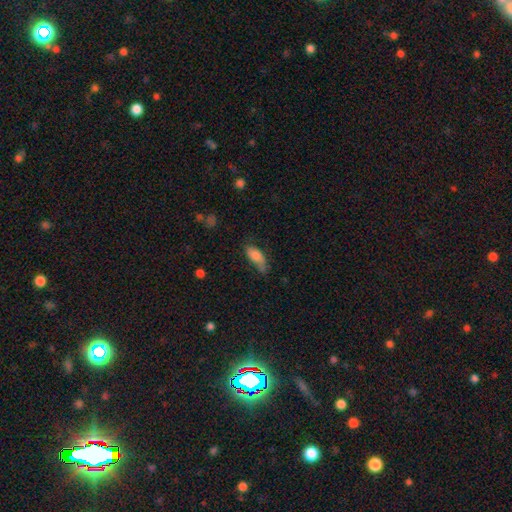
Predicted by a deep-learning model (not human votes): Q: Smooth or featured?
A: smooth (77%); runner-up: featured or disk (16%)
Q: How rounded?
A: in between (80%); runner-up: cigar-shaped (17%)
Q: Merging?
A: none (45%); runner-up: minor disturbance (37%)